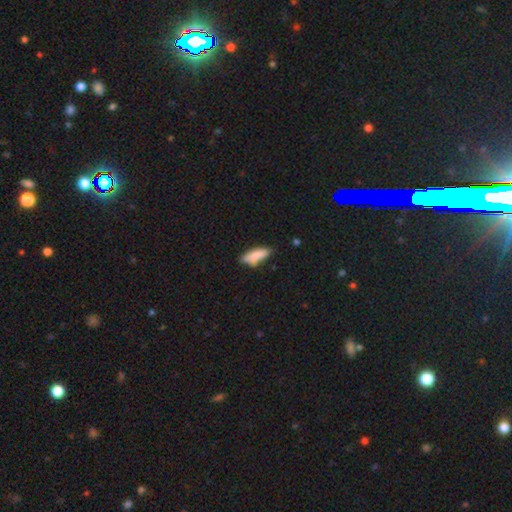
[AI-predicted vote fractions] The model was most divided on "how rounded": in between: 56%, cigar-shaped: 42%, round: 2%. More confident: smooth or featured — smooth (82%); merging — none (63%).